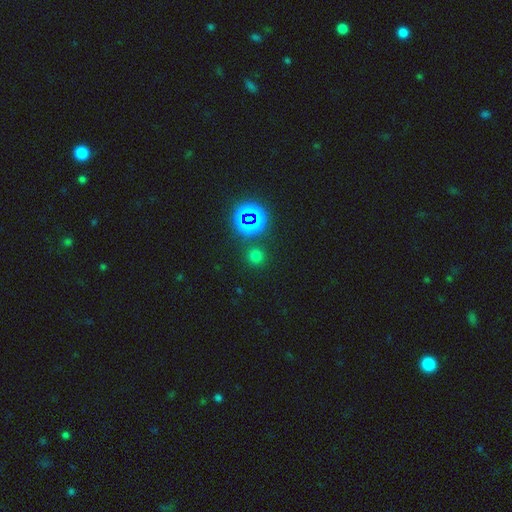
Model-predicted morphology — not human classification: Overall: smooth (60%; star or artifact 34%). How rounded: round (92%). Merging: none (84%).